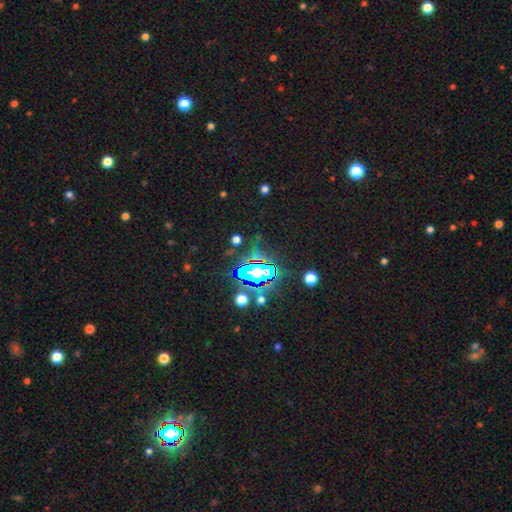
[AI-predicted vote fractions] A star or artifact, not a galaxy (71%).

Vote fractions:
- Smooth or featured? star or artifact: 71% / smooth: 18% / featured or disk: 10%